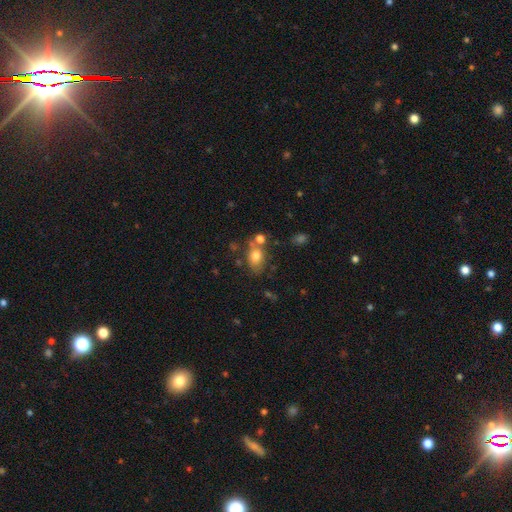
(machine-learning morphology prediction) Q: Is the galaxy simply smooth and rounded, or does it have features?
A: smooth — 76%.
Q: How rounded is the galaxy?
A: in between — 72%.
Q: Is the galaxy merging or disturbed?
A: none — 56%.